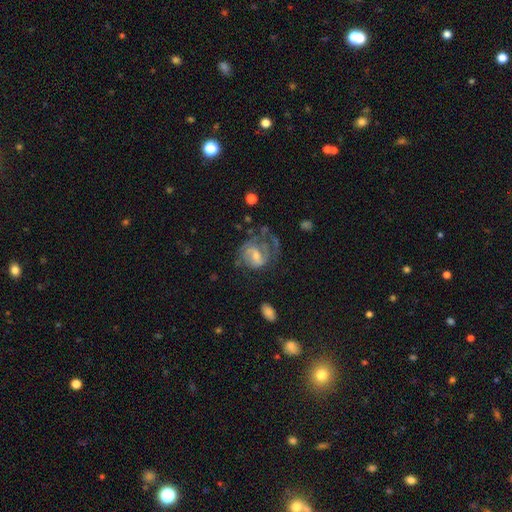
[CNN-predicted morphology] Smooth or featured? featured or disk (71%)
Edge-on disk? no (98%)
Bar? weak (53%)
Spiral arms? yes (80%)
Spiral winding? medium (43%)
Spiral arm count? 2 (41%)
Bulge size? small (45%)
Merging? none (38%)